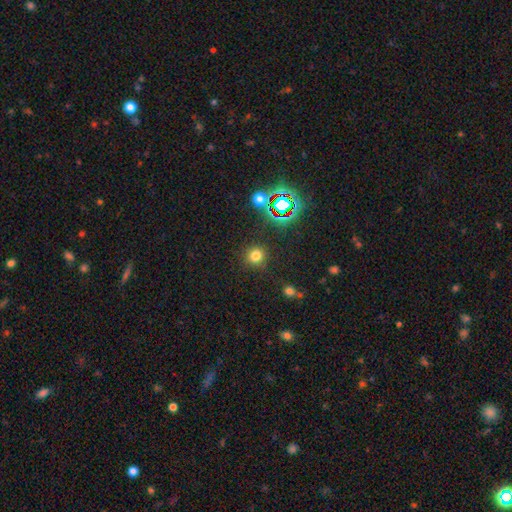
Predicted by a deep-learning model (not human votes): A smooth galaxy with no disk features (73%) that is round (92%). Merging: none (88%).